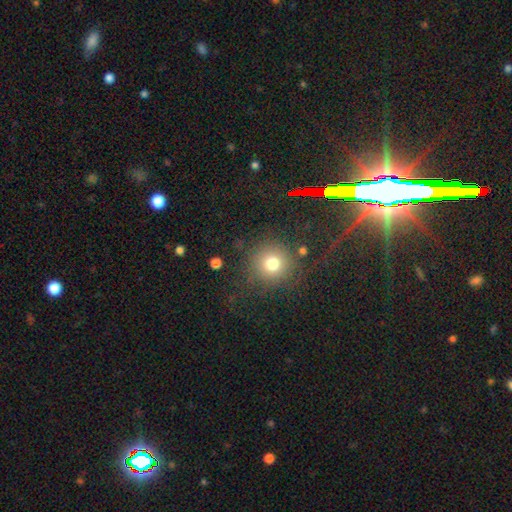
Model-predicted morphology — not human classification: A smooth galaxy with no disk features (54%) that is round (93%). Merging: none (86%).